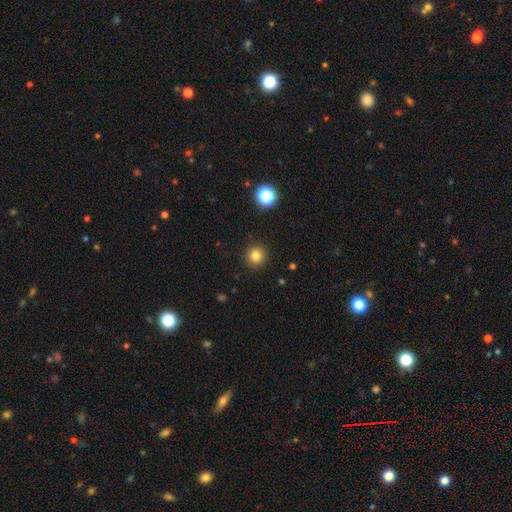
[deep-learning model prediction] Morphology: type=smooth (81%); roundness=round (93%); merging=none (92%).